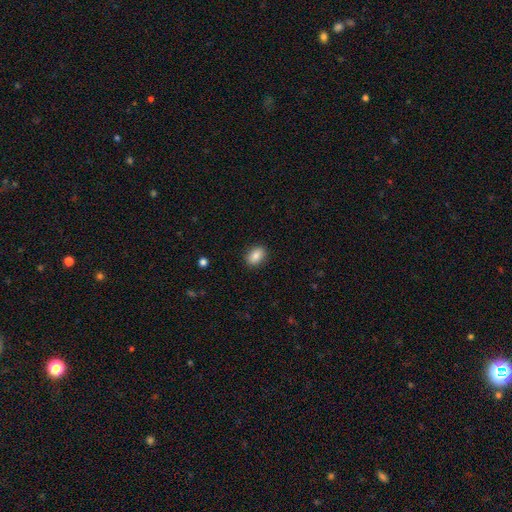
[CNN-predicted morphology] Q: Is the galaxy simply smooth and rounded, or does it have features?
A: smooth — 86%.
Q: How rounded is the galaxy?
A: in between — 82%.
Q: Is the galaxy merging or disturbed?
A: none — 89%.